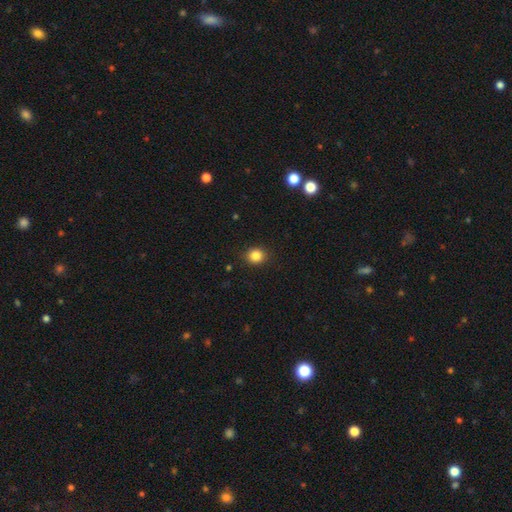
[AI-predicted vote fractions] This appears to be a smooth galaxy with no disk features (85%) that is round (81%). Merging: none (89%).